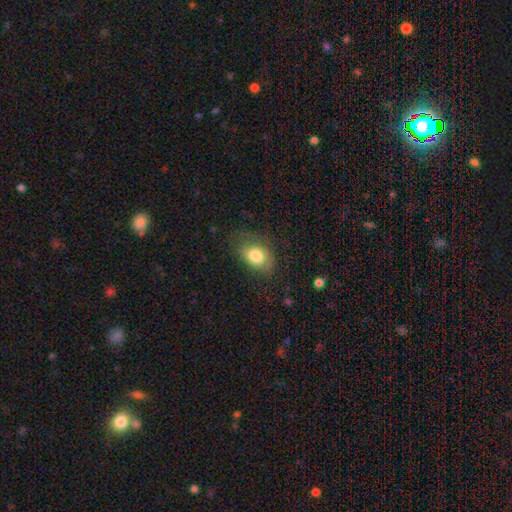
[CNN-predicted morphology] This is likely a smooth galaxy (77%). How rounded: clearly in between (83%). Merging: likely none (63%).